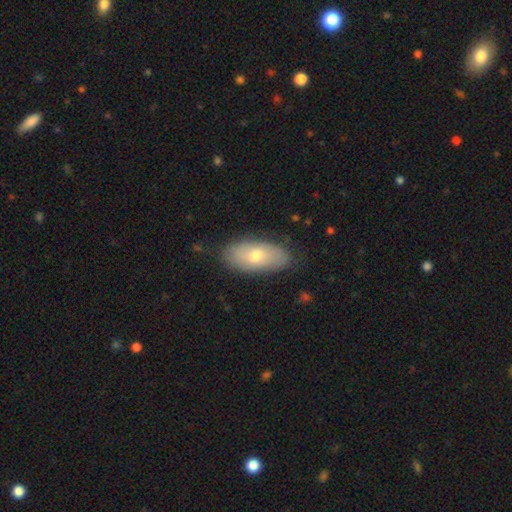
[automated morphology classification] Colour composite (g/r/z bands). It shows a smooth galaxy with no disk features (64%) that is in between round and cigar-shaped (91%). Merging: none (81%).